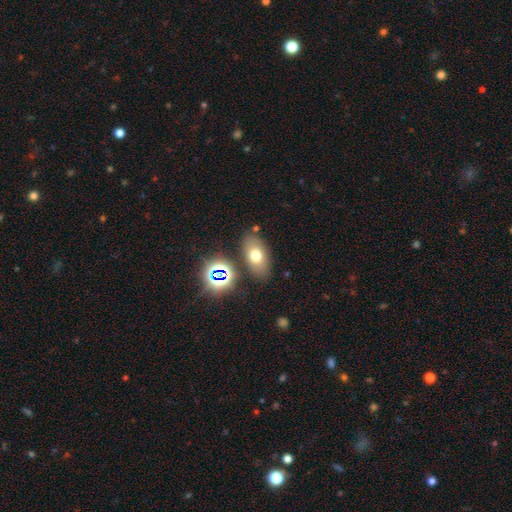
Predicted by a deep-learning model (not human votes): Smooth or featured: smooth — 67% (featured or disk — 18%)
How rounded: in between — 87% (round — 11%)
Merging: none — 80% (minor disturbance — 11%)